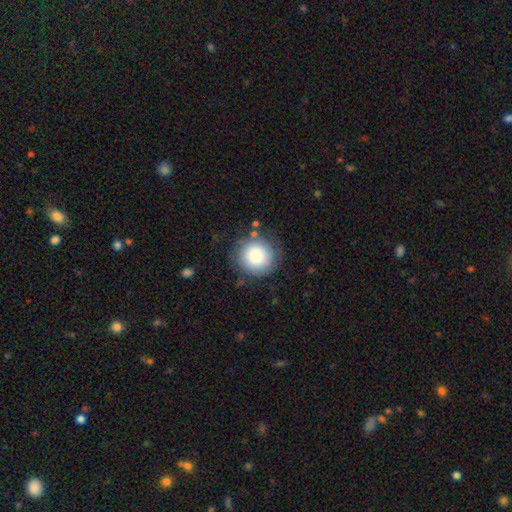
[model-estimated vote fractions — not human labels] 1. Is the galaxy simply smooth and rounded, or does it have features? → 81% smooth, 11% featured or disk, 8% star or artifact.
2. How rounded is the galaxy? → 92% round, 7% in between, 1% cigar-shaped.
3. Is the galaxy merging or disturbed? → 78% none, 14% minor disturbance, 5% major disturbance, 3% merger.